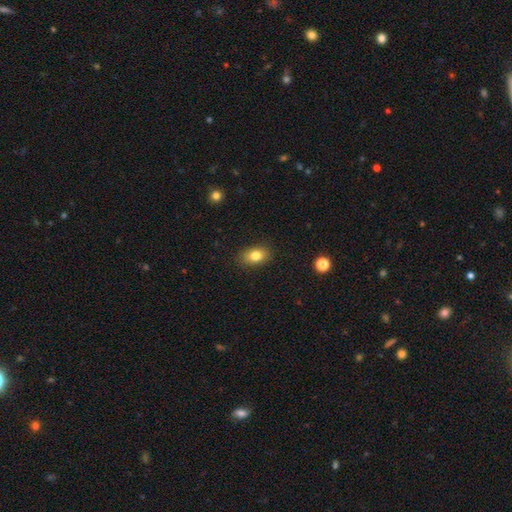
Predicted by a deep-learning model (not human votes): Overall: smooth (81%). How rounded: in between (81%). Merging: none (87%).